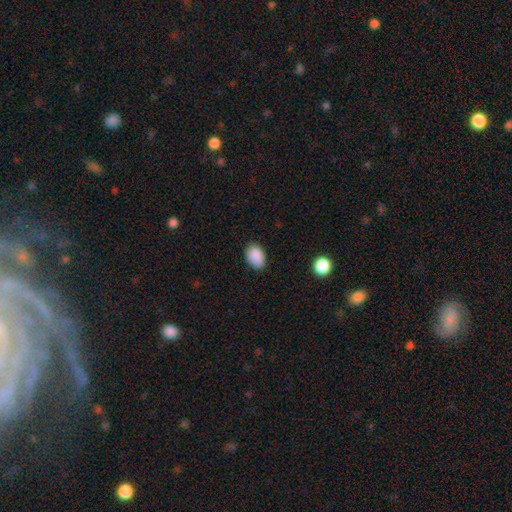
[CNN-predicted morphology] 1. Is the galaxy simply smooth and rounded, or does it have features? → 89% smooth, 8% star or artifact, 3% featured or disk.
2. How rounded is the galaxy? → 82% in between, 17% round, 1% cigar-shaped.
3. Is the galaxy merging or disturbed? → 81% none, 15% minor disturbance, 2% major disturbance, 1% merger.